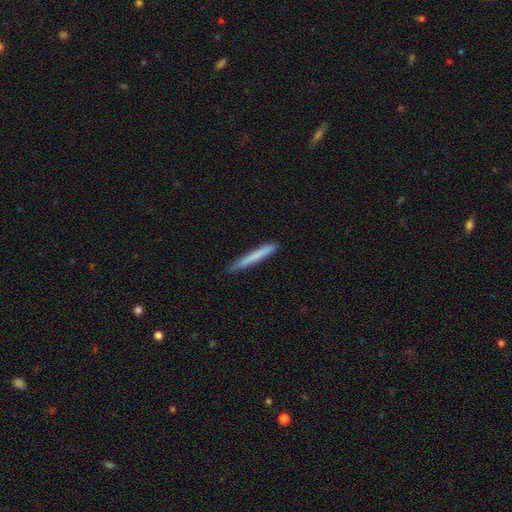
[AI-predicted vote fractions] Smooth or featured? smooth (72%)
How rounded? cigar-shaped (97%)
Merging? none (89%)